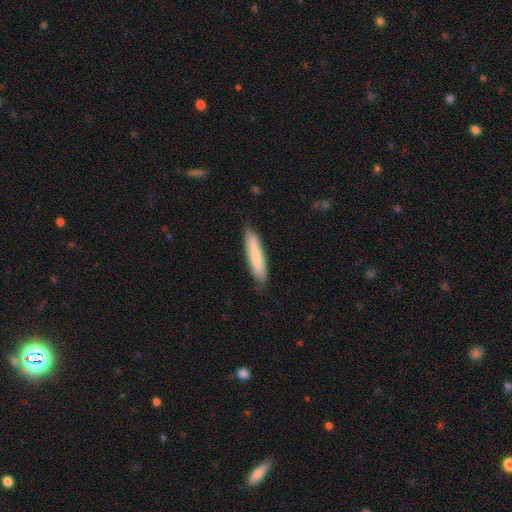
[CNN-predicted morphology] A smooth galaxy with no disk features (77%) that is cigar-shaped (88%).

Vote fractions:
- Smooth or featured? smooth: 77% / featured or disk: 18% / star or artifact: 6%
- How rounded? cigar-shaped: 88% / in between: 11% / round: 1%
- Merging? none: 82% / minor disturbance: 14% / major disturbance: 2% / merger: 1%